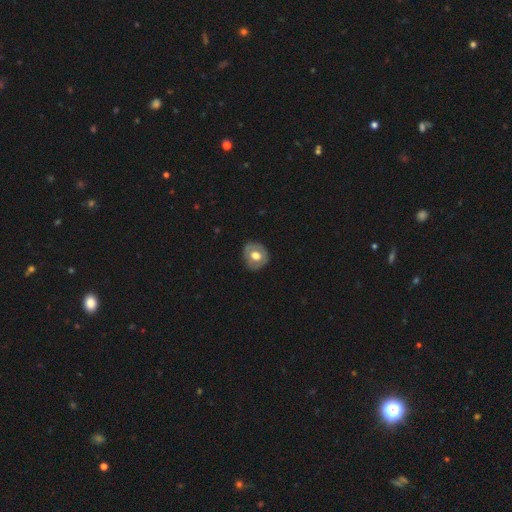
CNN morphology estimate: smooth 49%, featured or disk 44%, star or artifact 7%. Down the decision tree: merging — none (80%).